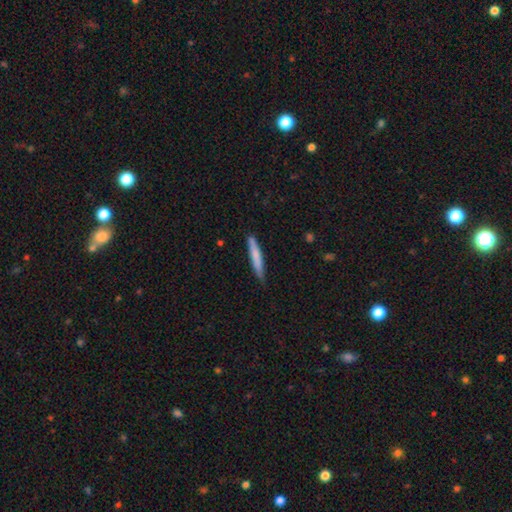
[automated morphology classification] Q: Smooth or featured?
A: smooth (70%); runner-up: featured or disk (24%)
Q: How rounded?
A: cigar-shaped (94%); runner-up: in between (4%)
Q: Merging?
A: none (82%); runner-up: minor disturbance (15%)